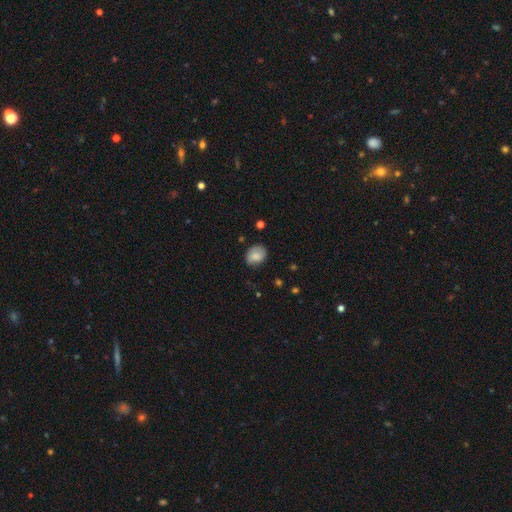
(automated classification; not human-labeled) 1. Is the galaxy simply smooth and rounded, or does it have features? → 80% smooth, 12% featured or disk, 8% star or artifact.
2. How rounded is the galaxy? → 55% round, 44% in between, 1% cigar-shaped.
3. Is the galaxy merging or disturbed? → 71% none, 22% minor disturbance, 5% major disturbance, 2% merger.